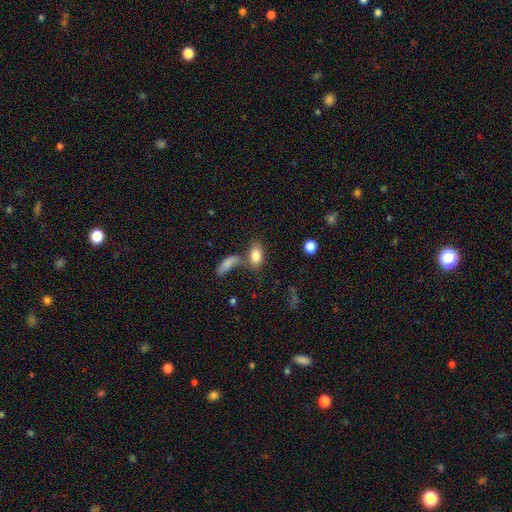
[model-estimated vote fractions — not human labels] This appears to be a smooth galaxy with no disk features (82%) that is in between round and cigar-shaped (87%). Merging: none (48%).